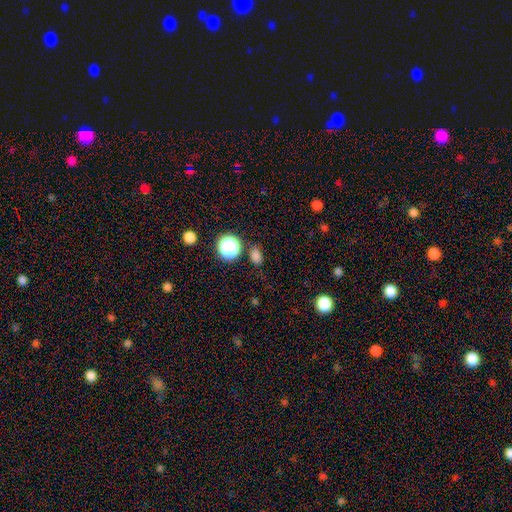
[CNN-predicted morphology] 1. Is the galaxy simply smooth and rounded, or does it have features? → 74% smooth, 21% star or artifact, 5% featured or disk.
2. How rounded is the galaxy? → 58% in between, 40% round, 2% cigar-shaped.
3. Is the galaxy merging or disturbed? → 80% none, 12% minor disturbance, 4% merger, 4% major disturbance.